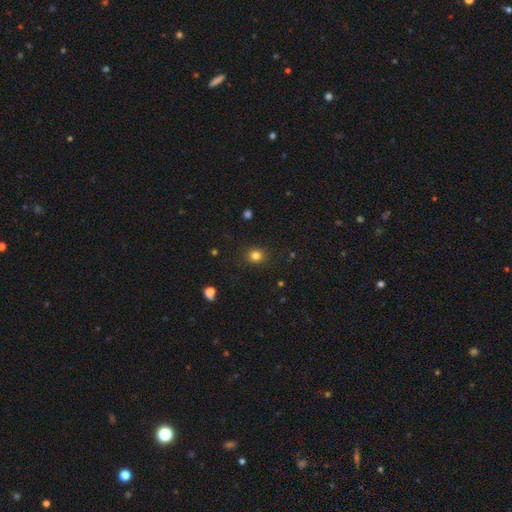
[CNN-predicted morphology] Smooth or featured: smooth — 82% (star or artifact — 13%)
How rounded: round — 84% (in between — 15%)
Merging: none — 89% (minor disturbance — 7%)